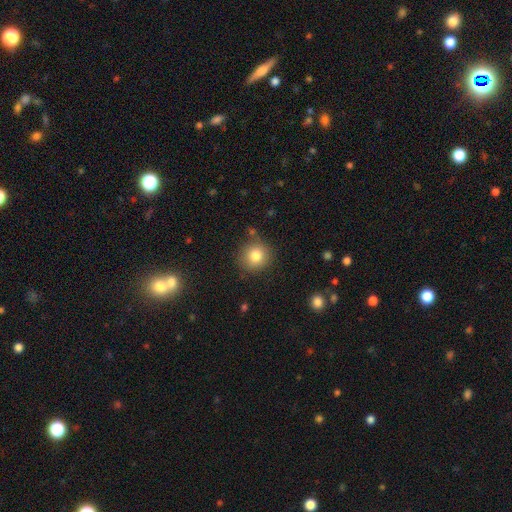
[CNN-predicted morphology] type=smooth (81%); roundness=round (90%); merging=none (84%).